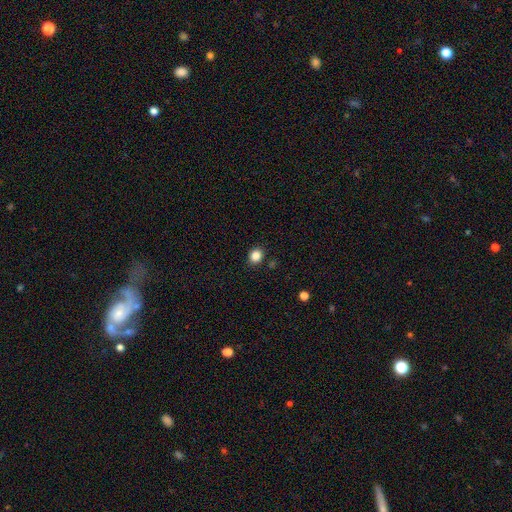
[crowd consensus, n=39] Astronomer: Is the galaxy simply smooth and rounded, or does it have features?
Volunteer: smooth — 87%.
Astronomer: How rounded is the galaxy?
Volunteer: round — 71%.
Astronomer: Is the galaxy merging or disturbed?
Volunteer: none — 86%.